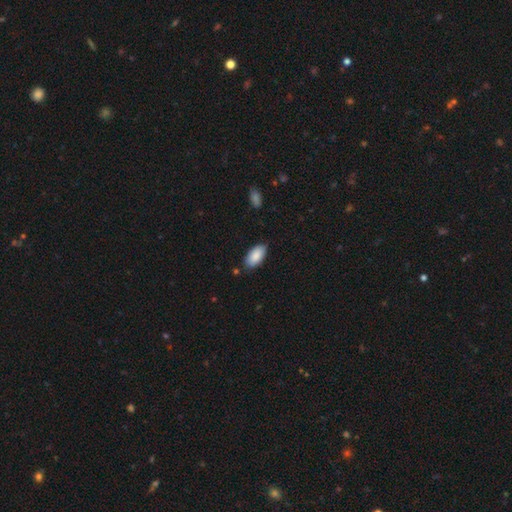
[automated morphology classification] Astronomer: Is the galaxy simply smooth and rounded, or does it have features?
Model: smooth — 88%.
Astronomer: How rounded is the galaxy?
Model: in between — 94%.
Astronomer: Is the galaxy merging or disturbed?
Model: none — 81%.